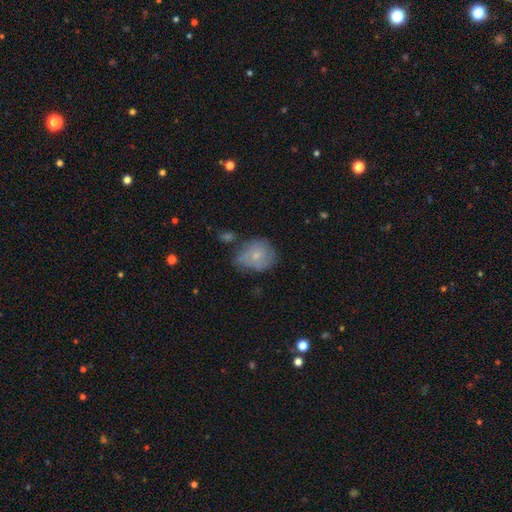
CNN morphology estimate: Smooth or featured?
  - smooth: 56% *
  - featured or disk: 36%
  - star or artifact: 8%
How rounded?
  - round: 62% *
  - in between: 37%
  - cigar-shaped: 1%
Merging?
  - none: 51% *
  - minor disturbance: 30%
  - major disturbance: 12%
  - merger: 7%